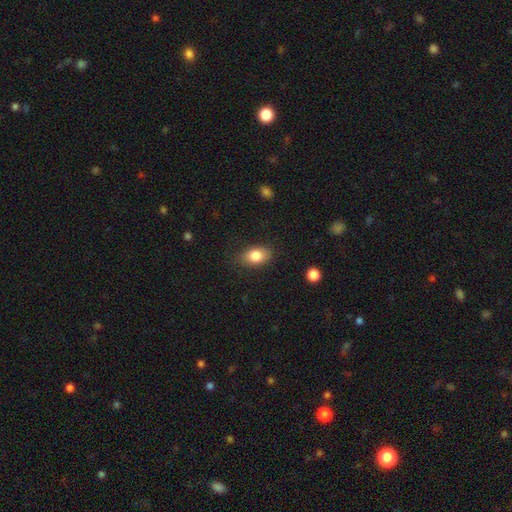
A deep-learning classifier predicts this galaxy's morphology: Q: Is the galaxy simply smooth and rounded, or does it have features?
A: smooth — 82%.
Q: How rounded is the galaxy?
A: in between — 84%.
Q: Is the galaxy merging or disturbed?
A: none — 81%.